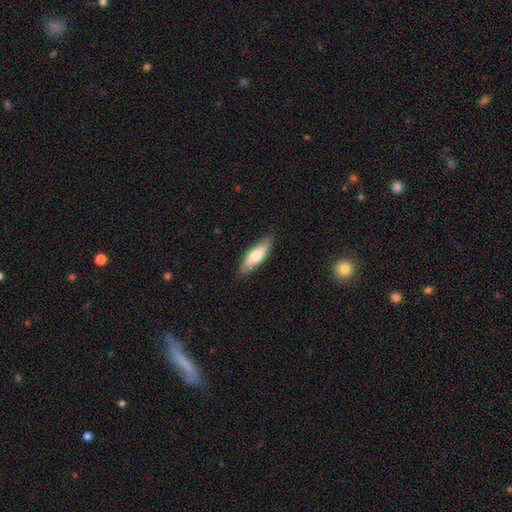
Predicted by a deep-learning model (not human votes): A smooth galaxy with no disk features (68%) that is in between round and cigar-shaped (55%). Merging: none (84%).